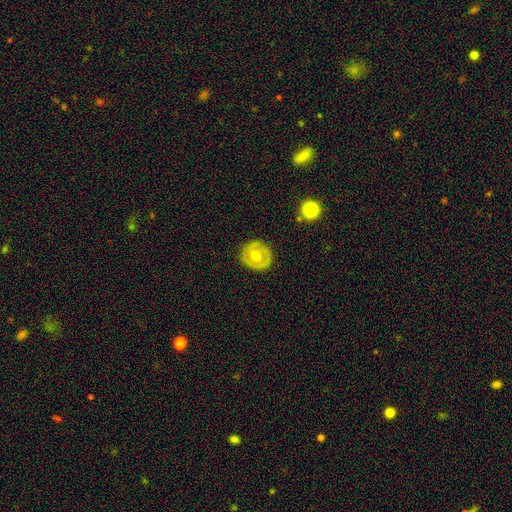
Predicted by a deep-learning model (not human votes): This appears to be a featured or disk galaxy (49%). Merging: none (86%).